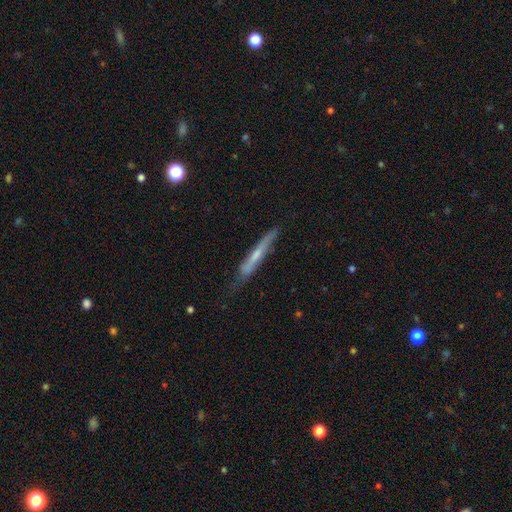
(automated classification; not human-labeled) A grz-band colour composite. It shows a featured or disk galaxy (52%) viewed edge-on (86%). Merging: none (65%).